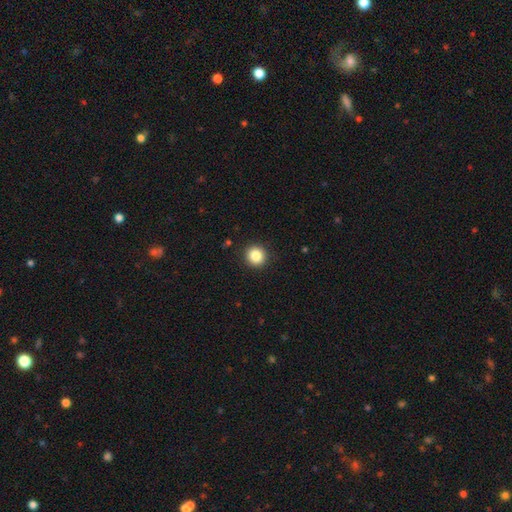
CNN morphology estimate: The model was most divided on "smooth or featured": smooth: 85%, star or artifact: 10%, featured or disk: 4%. More confident: how rounded — round (93%); merging — none (92%).